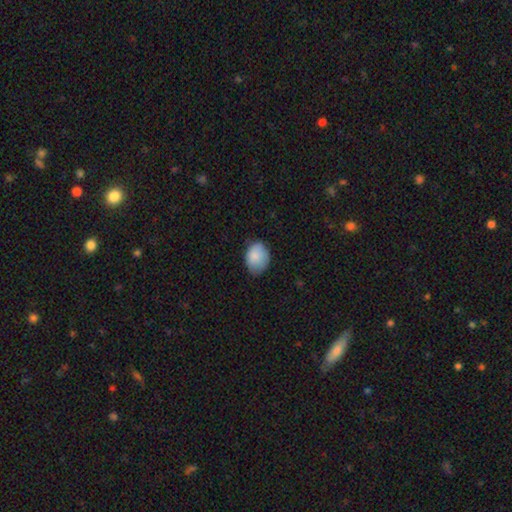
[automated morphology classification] Smooth or featured?
  - smooth: 86% *
  - featured or disk: 7%
  - star or artifact: 7%
How rounded?
  - in between: 67% *
  - round: 32%
  - cigar-shaped: 1%
Merging?
  - none: 63% *
  - minor disturbance: 30%
  - major disturbance: 5%
  - merger: 1%